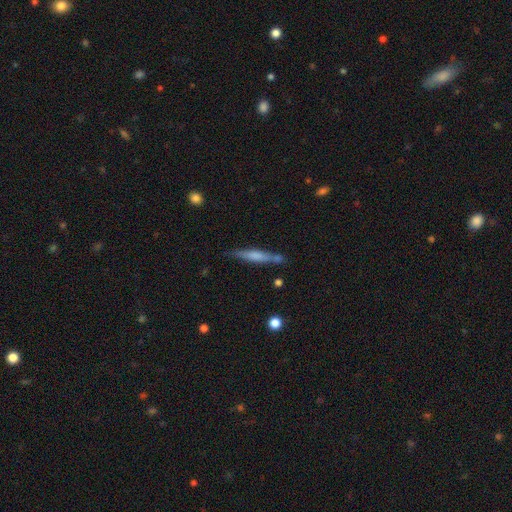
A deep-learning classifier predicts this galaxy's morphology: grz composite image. It shows a smooth galaxy with no disk features (55%) that is cigar-shaped (89%). Merging: none (70%).